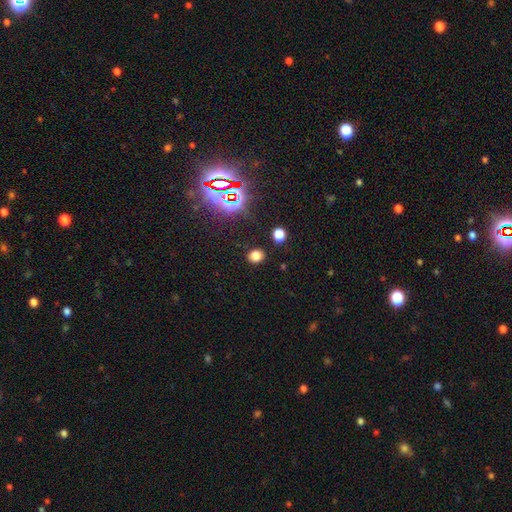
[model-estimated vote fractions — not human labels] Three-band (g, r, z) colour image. It shows a smooth galaxy with no disk features (74%) that is round (62%). Merging: none (87%).